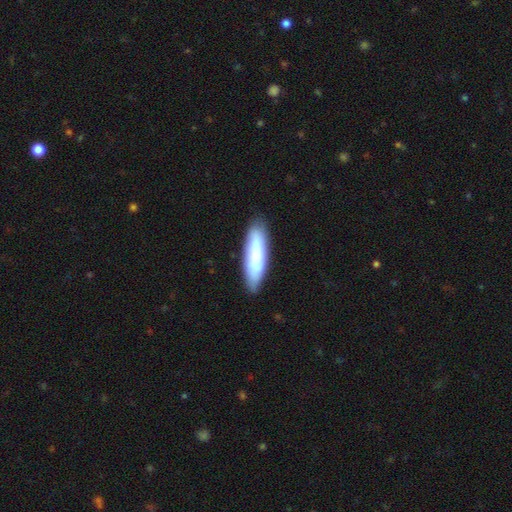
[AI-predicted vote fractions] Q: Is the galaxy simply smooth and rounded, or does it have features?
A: smooth — 74%.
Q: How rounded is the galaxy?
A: cigar-shaped — 66%.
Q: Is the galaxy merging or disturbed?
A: none — 85%.